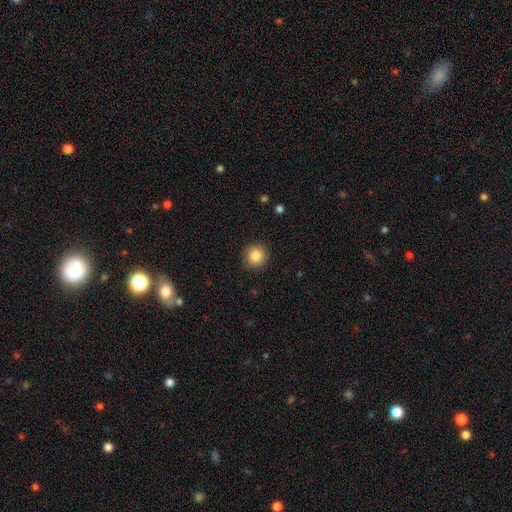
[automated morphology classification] A smooth galaxy with no disk features (85%) that is round (93%).

Vote fractions:
- Smooth or featured? smooth: 85% / star or artifact: 9% / featured or disk: 5%
- How rounded? round: 93% / in between: 6% / cigar-shaped: 1%
- Merging? none: 91% / minor disturbance: 7% / major disturbance: 2% / merger: 1%